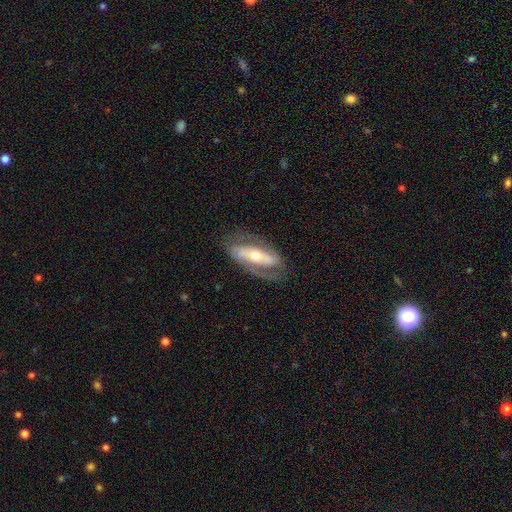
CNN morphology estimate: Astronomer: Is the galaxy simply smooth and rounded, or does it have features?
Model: featured or disk — 75%.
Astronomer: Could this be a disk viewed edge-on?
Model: no — 86%.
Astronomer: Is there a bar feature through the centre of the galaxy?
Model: strong — 45% (runner-up: no, 33%).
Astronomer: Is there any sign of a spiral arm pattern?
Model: yes — 78%.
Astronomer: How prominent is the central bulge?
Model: moderate — 61%.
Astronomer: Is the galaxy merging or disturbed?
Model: none — 68%.